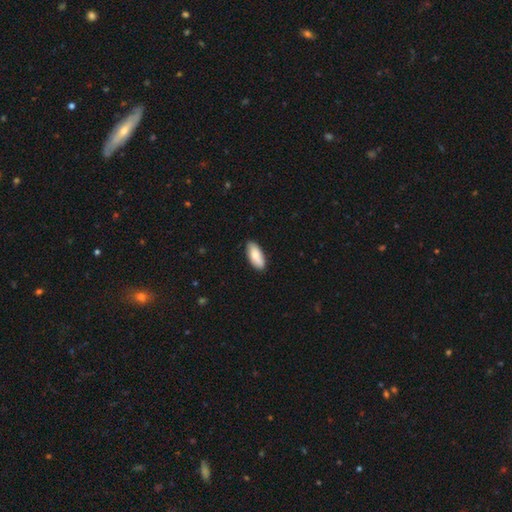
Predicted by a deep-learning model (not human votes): The model was most divided on "smooth or featured": smooth: 81%, featured or disk: 14%, star or artifact: 6%. More confident: how rounded — in between (86%); merging — none (85%).